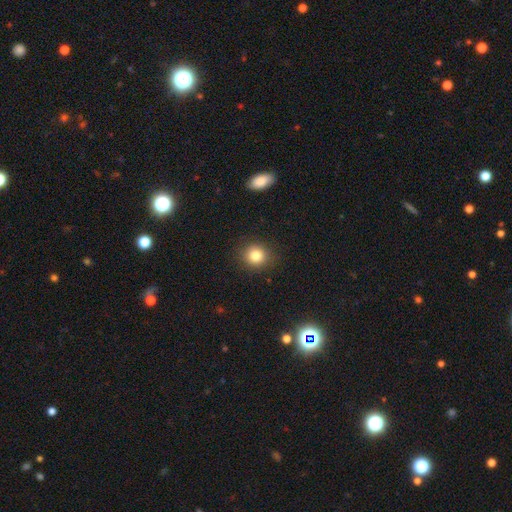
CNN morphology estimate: A smooth galaxy with no disk features (82%) that is round (85%). Merging: none (88%).